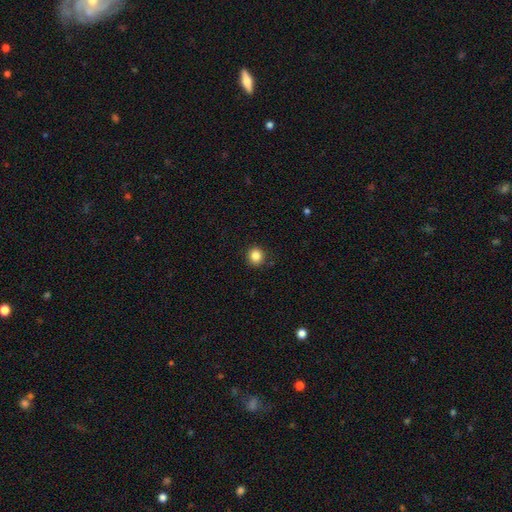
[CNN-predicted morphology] Overall: smooth (85%). How rounded: round (92%). Merging: none (91%).